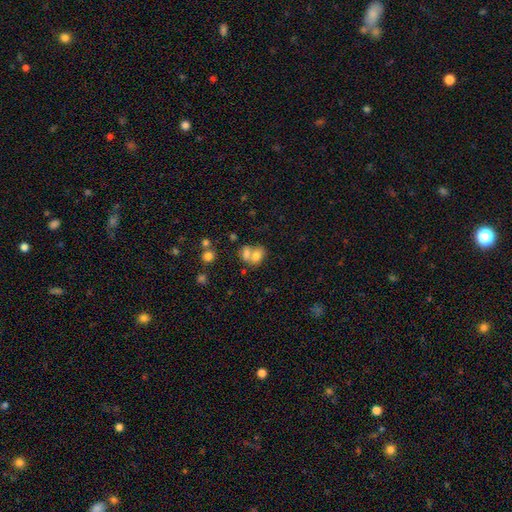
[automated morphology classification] A smooth galaxy with no disk features (72%) that is in between round and cigar-shaped (64%).

Vote fractions:
- Smooth or featured? smooth: 72% / featured or disk: 17% / star or artifact: 11%
- How rounded? in between: 64% / round: 35% / cigar-shaped: 1%
- Merging? merger: 62% / none: 25% / minor disturbance: 8% / major disturbance: 4%